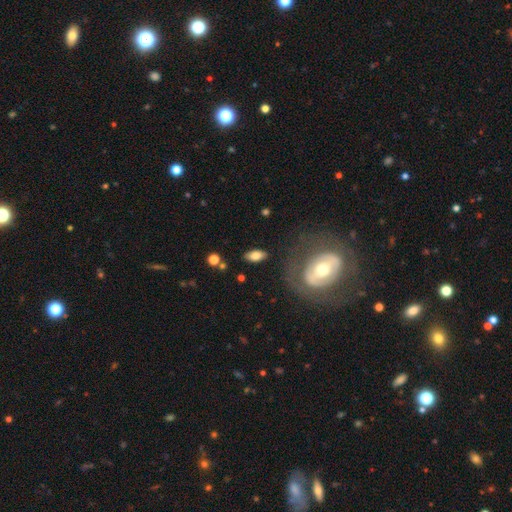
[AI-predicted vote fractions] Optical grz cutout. It shows a smooth galaxy with no disk features (74%) that is in between round and cigar-shaped (87%). Merging: none (81%).